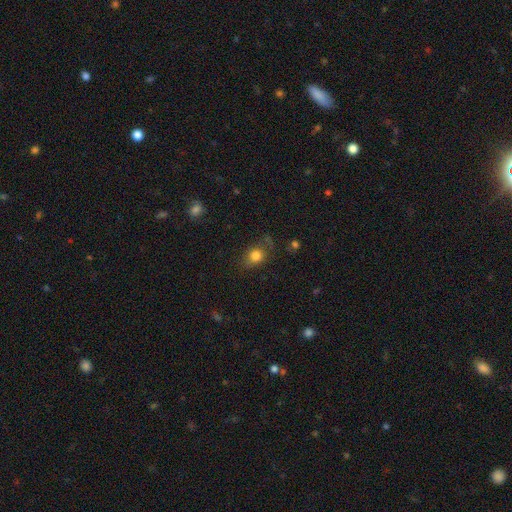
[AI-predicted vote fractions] Q: Smooth or featured?
A: smooth (80%); runner-up: star or artifact (12%)
Q: How rounded?
A: round (59%); runner-up: in between (40%)
Q: Merging?
A: none (69%); runner-up: minor disturbance (21%)